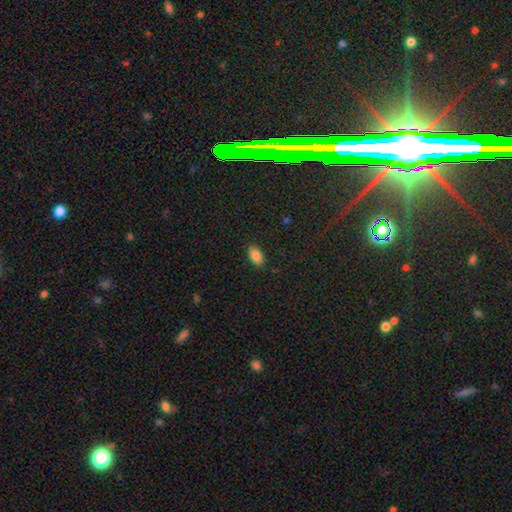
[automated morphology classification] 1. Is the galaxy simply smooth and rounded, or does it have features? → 85% smooth, 8% star or artifact, 6% featured or disk.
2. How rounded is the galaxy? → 92% in between, 6% round, 3% cigar-shaped.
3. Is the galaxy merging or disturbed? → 87% none, 10% minor disturbance, 2% major disturbance, 1% merger.